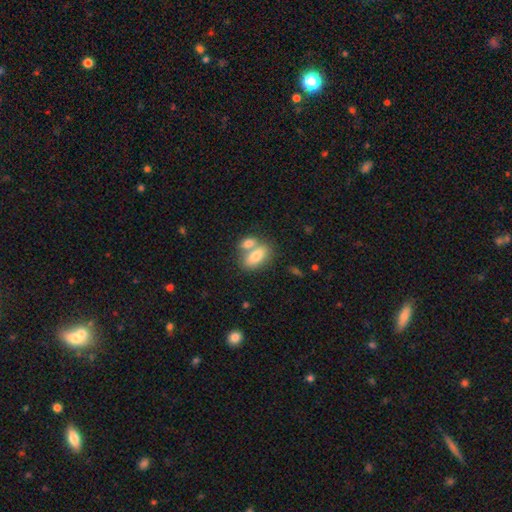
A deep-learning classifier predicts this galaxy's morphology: Smooth or featured? Predicted: smooth (p=0.77). How rounded? Predicted: in between (p=0.86). Merging? Predicted: merger (p=0.52).